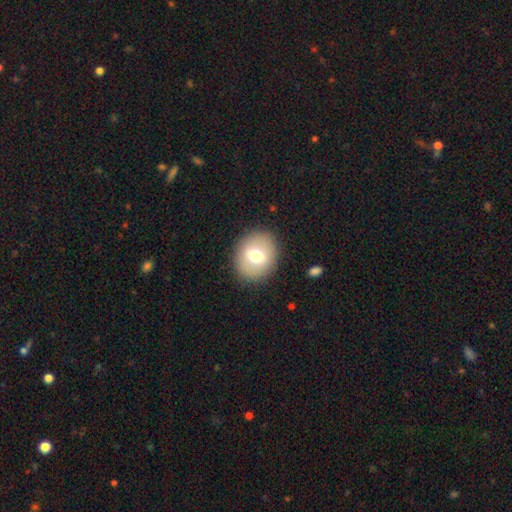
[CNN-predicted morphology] Smooth or featured?
  - smooth: 65% *
  - featured or disk: 27%
  - star or artifact: 9%
How rounded?
  - round: 63% *
  - in between: 36%
  - cigar-shaped: 1%
Merging?
  - none: 87% *
  - minor disturbance: 8%
  - major disturbance: 3%
  - merger: 1%